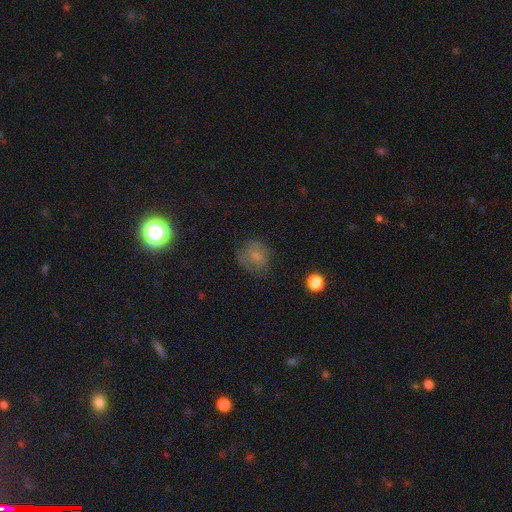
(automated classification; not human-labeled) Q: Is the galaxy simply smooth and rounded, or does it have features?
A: smooth — 60%.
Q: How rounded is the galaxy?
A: round — 75%.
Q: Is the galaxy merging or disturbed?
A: none — 62%.